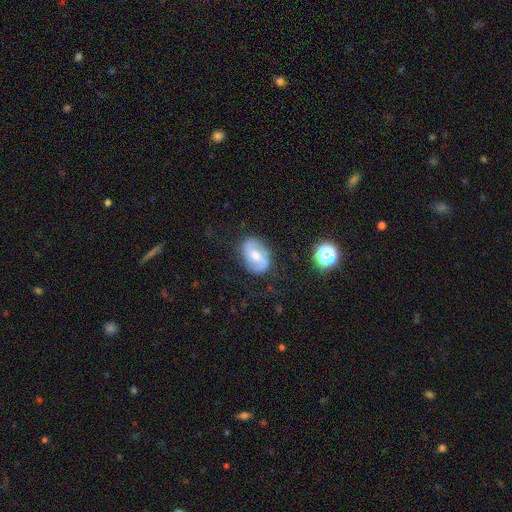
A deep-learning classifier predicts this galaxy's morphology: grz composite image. It shows a featured or disk galaxy (63%) with a weak bar (49%), spiral arms (80%) and a moderate central bulge (64%). Merging: none (75%).